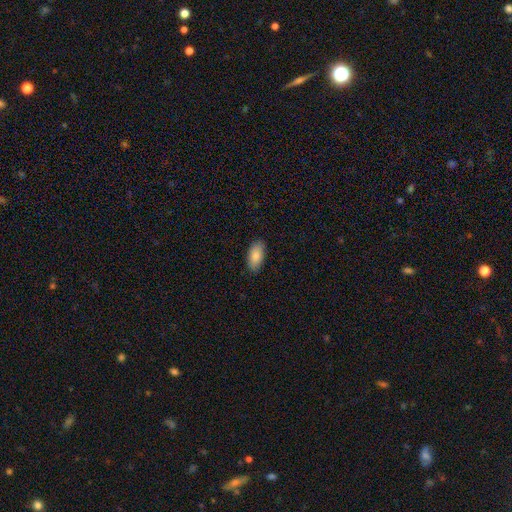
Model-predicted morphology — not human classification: This appears to be a smooth galaxy with no disk features (85%) that is in between round and cigar-shaped (93%). Merging: none (88%).